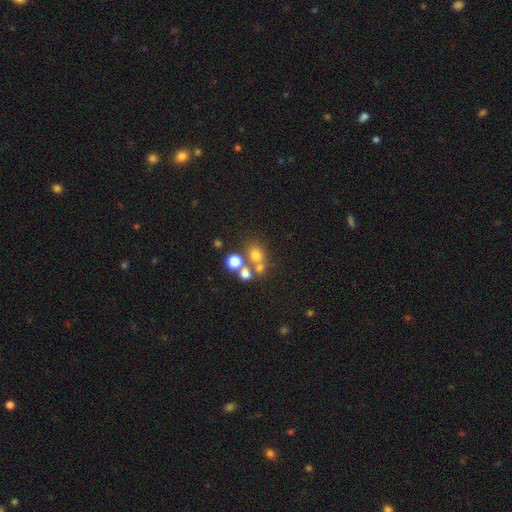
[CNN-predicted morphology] This is likely a smooth galaxy (67%). How rounded: likely round (71%). Merging: possibly none (52%).